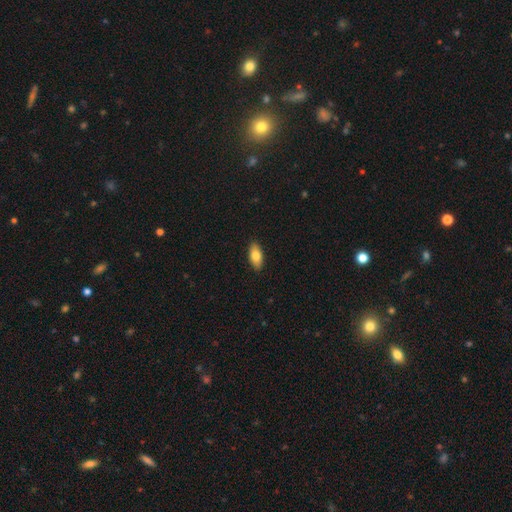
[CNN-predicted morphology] smooth 80%, featured or disk 14%, star or artifact 6%. Down the decision tree: how rounded — in between (87%); merging — none (89%).